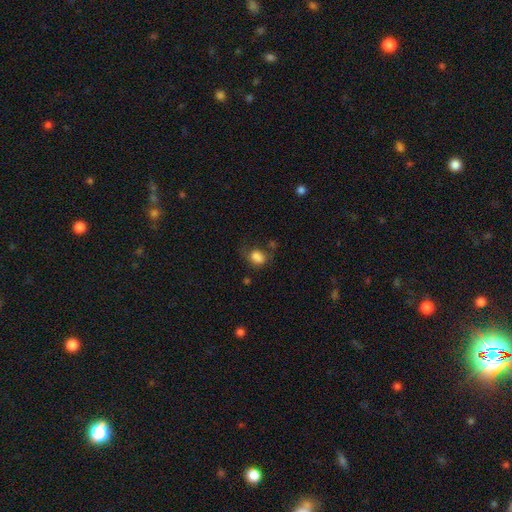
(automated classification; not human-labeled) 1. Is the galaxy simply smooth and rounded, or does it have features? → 80% smooth, 11% star or artifact, 9% featured or disk.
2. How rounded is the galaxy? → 66% in between, 32% round, 1% cigar-shaped.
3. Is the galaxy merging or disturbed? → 46% none, 28% minor disturbance, 19% major disturbance, 7% merger.